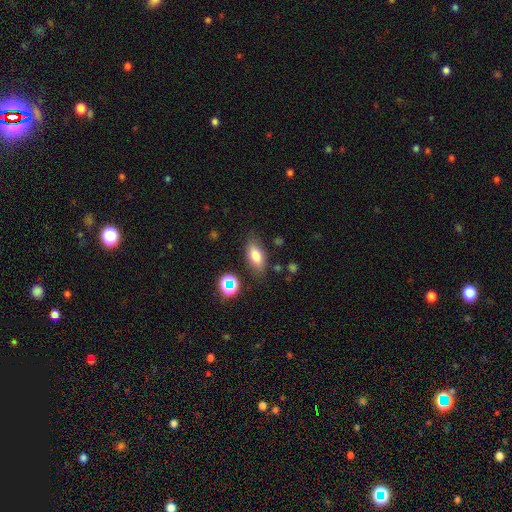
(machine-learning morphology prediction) The model was most divided on "smooth or featured": smooth: 75%, featured or disk: 15%, star or artifact: 11%. More confident: how rounded — in between (82%); merging — none (78%).